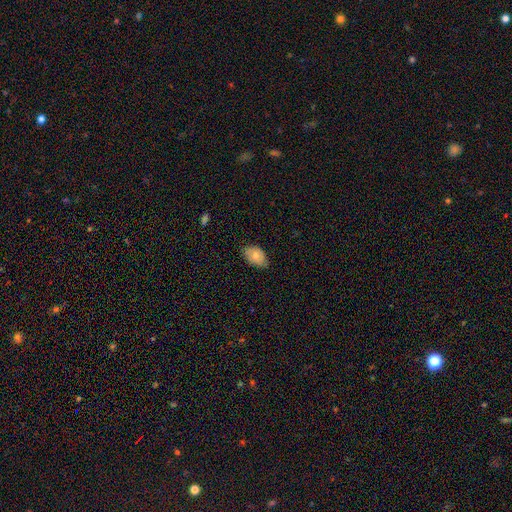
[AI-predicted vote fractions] The model was most divided on "merging": none: 70%, minor disturbance: 25%, major disturbance: 3%, merger: 1%. More confident: how rounded — in between (86%); smooth or featured — smooth (70%).